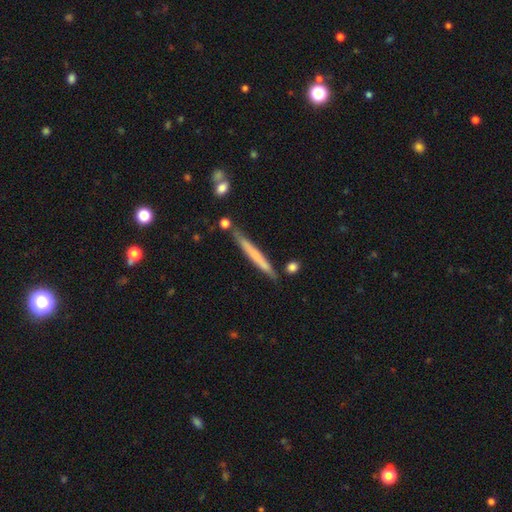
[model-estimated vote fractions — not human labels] A smooth galaxy with no disk features (59%) that is cigar-shaped (96%).

Vote fractions:
- Smooth or featured? smooth: 59% / featured or disk: 35% / star or artifact: 6%
- How rounded? cigar-shaped: 96% / in between: 2% / round: 1%
- Merging? none: 79% / minor disturbance: 14% / merger: 4% / major disturbance: 3%